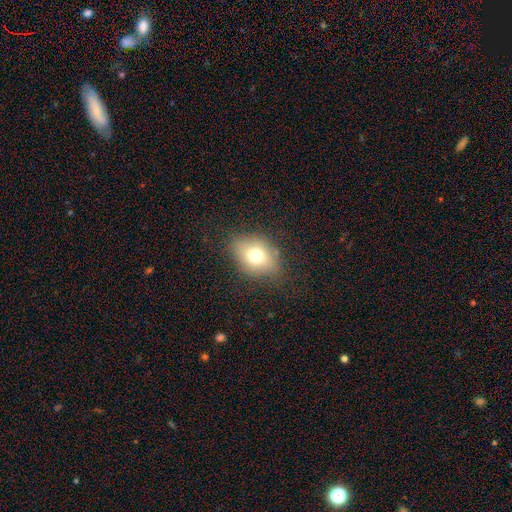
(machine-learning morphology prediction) This is likely a smooth galaxy (70%). How rounded: likely in between (67%). Merging: likely none (76%).